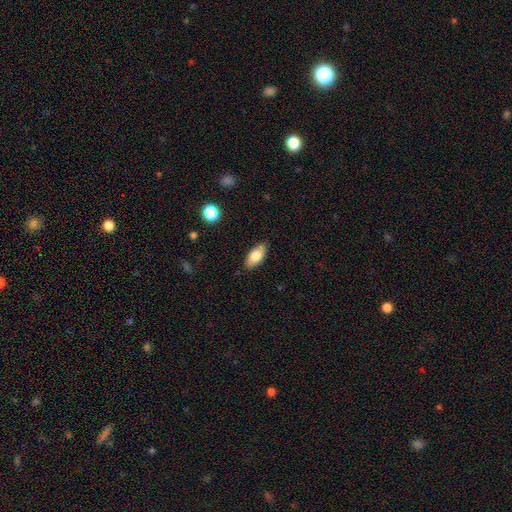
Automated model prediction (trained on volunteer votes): Morphology: type=smooth (79%); roundness=in between (89%); merging=none (85%).